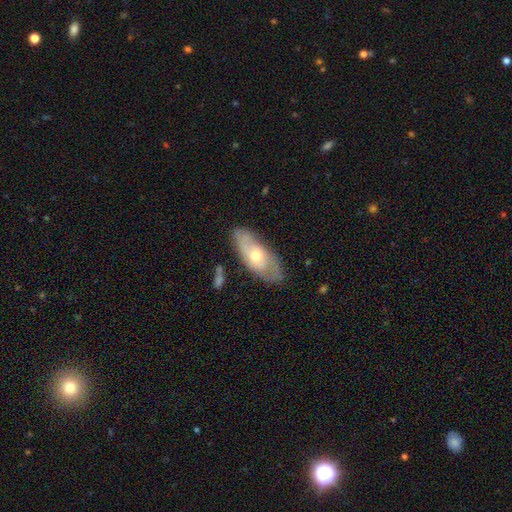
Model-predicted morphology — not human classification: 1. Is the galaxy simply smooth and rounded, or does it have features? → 54% featured or disk, 40% smooth, 6% star or artifact.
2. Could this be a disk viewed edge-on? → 82% no, 18% yes.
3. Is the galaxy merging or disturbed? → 74% none, 19% minor disturbance, 4% major disturbance, 2% merger.